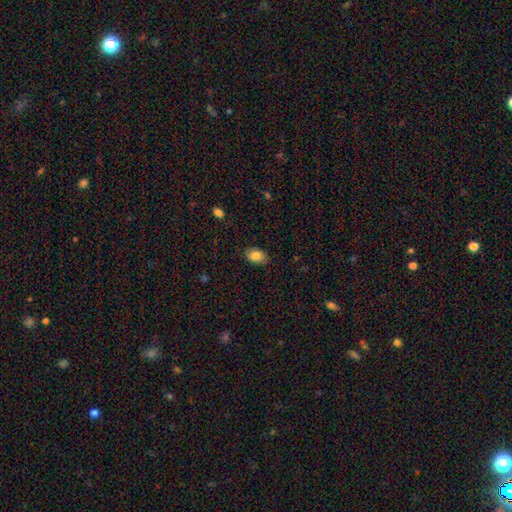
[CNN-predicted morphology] type=smooth (84%); roundness=in between (88%); merging=none (84%).